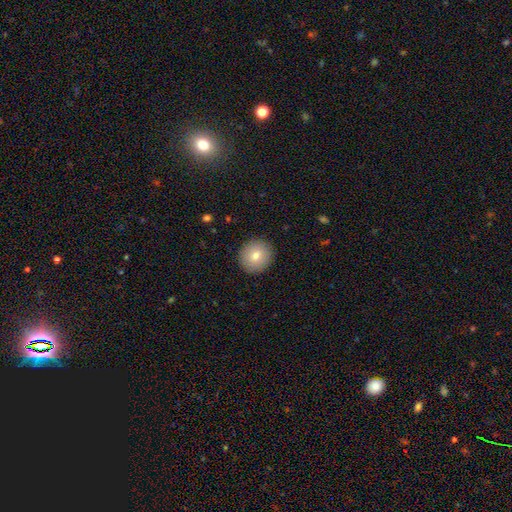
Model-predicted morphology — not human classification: smooth 78%, featured or disk 13%, star or artifact 9%. Down the decision tree: how rounded — round (89%); merging — none (91%).